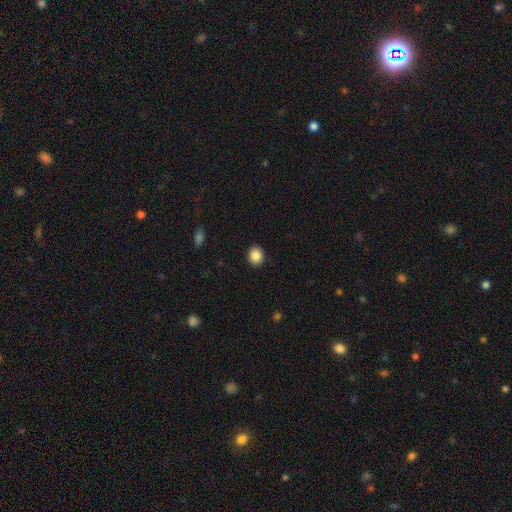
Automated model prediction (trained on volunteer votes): A smooth galaxy with no disk features (88%) that is round (63%).

Vote fractions:
- Smooth or featured? smooth: 88% / star or artifact: 9% / featured or disk: 4%
- How rounded? round: 63% / in between: 36% / cigar-shaped: 1%
- Merging? none: 91% / minor disturbance: 6% / major disturbance: 2% / merger: 1%